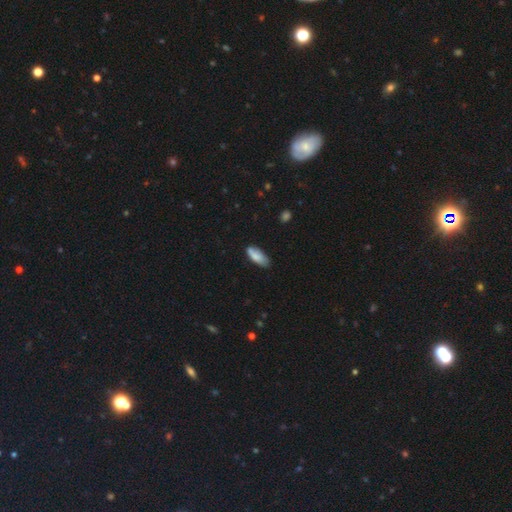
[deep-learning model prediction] Morphology: type=smooth (80%); roundness=in between (79%); merging=none (63%).